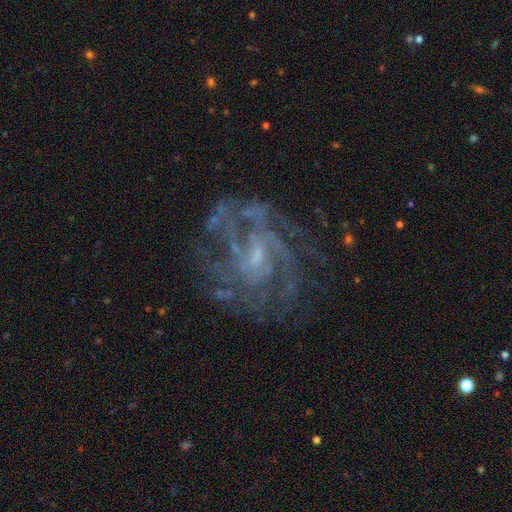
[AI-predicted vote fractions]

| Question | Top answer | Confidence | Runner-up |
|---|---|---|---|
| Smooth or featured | featured or disk | 85% | star or artifact (9%) |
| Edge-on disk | no | 98% | yes (2%) |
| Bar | weak | 50% | no (39%) |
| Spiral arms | yes | 91% | no (9%) |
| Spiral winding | tight | 47% | medium (41%) |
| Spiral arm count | can't tell | 34% | 3 (20%) |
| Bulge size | small | 60% | moderate (21%) |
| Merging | none | 67% | minor disturbance (16%) |